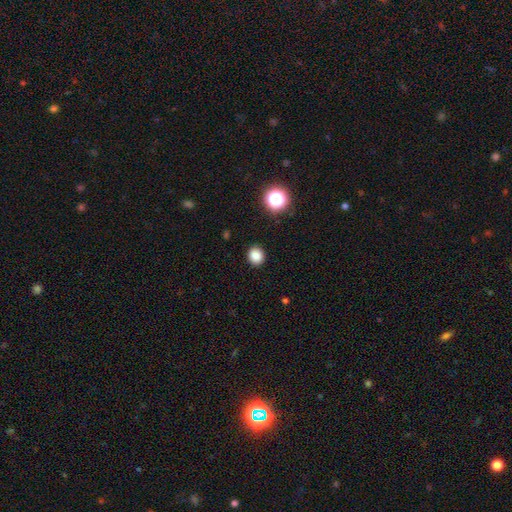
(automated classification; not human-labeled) Morphology: type=smooth (84%); roundness=round (81%); merging=none (91%).